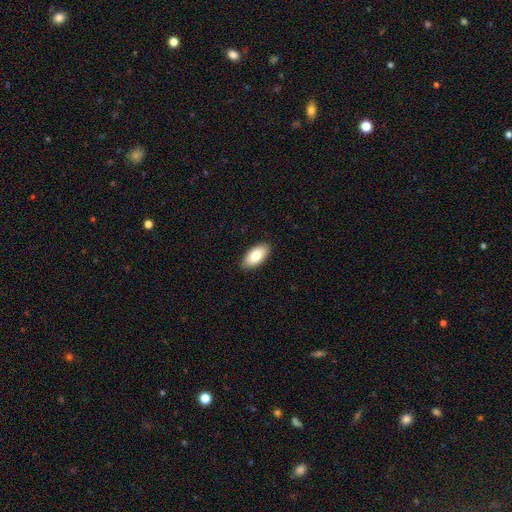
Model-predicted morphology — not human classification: smooth 82%, featured or disk 11%, star or artifact 6%. Down the decision tree: how rounded — in between (94%); merging — none (89%).